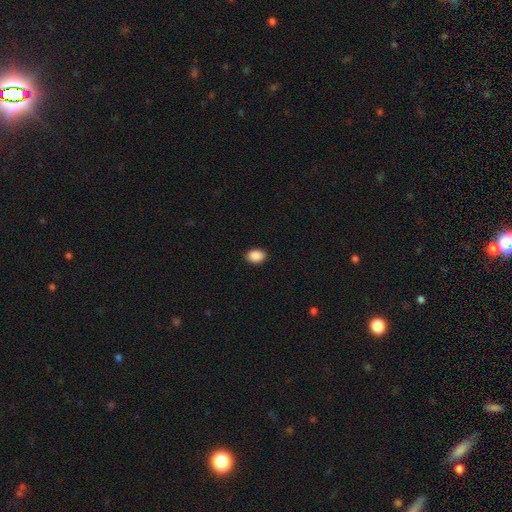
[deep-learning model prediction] This is clearly a smooth galaxy (90%). How rounded: likely in between (73%). Merging: clearly none (89%).